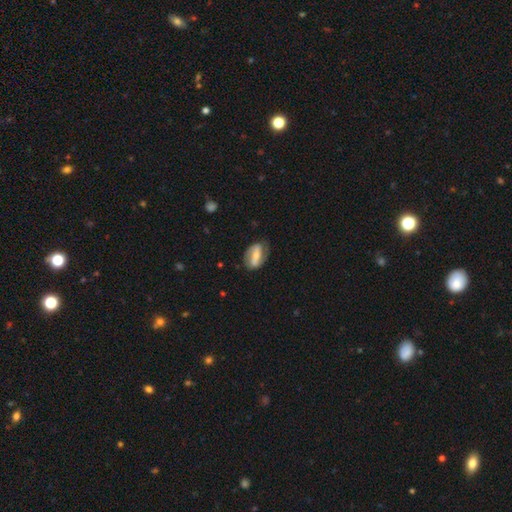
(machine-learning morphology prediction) type=featured or disk (70%); edge-on=no (93%); bar=strong (61%); spiral arms=yes (79%); winding=medium (39%); arm count=2 (84%); bulge=moderate (46%, tied with small); merging=none (73%).